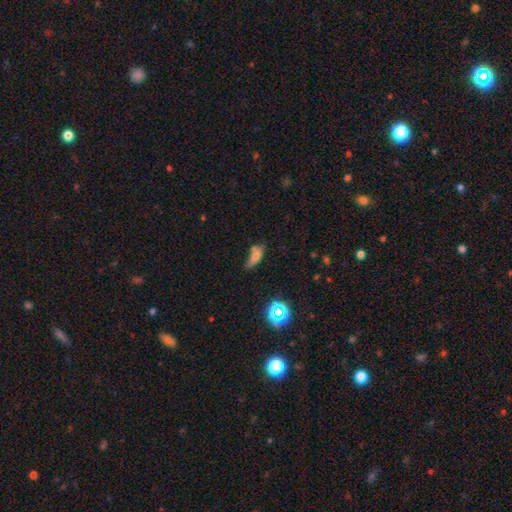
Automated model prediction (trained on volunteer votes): Q: Smooth or featured?
A: smooth (66%); runner-up: featured or disk (20%)
Q: How rounded?
A: in between (66%); runner-up: cigar-shaped (29%)
Q: Merging?
A: none (51%); runner-up: minor disturbance (25%)